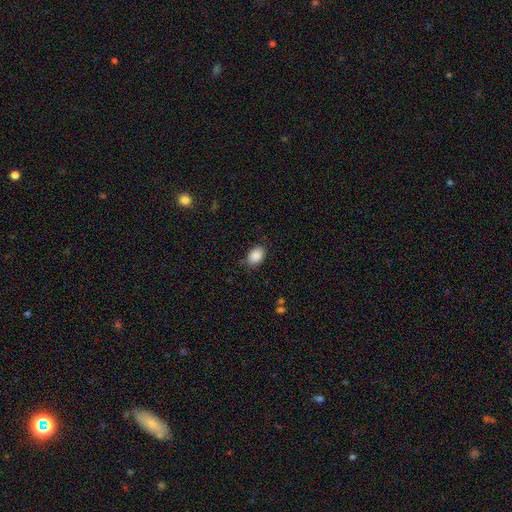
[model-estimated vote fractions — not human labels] A smooth galaxy with no disk features (88%) that is in between round and cigar-shaped (84%).

Vote fractions:
- Smooth or featured? smooth: 88% / star or artifact: 8% / featured or disk: 4%
- How rounded? in between: 84% / round: 15% / cigar-shaped: 1%
- Merging? none: 81% / minor disturbance: 15% / major disturbance: 3% / merger: 1%